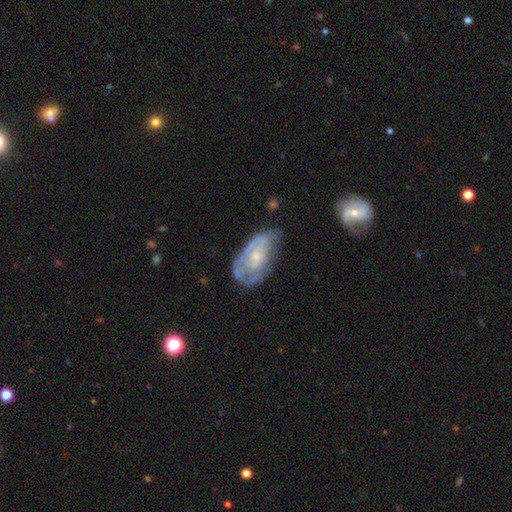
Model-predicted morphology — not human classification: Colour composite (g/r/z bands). It shows a featured or disk galaxy (60%) with no bar (81%), no spiral arms (51%) and a small central bulge (55%). Merging: none (47%).